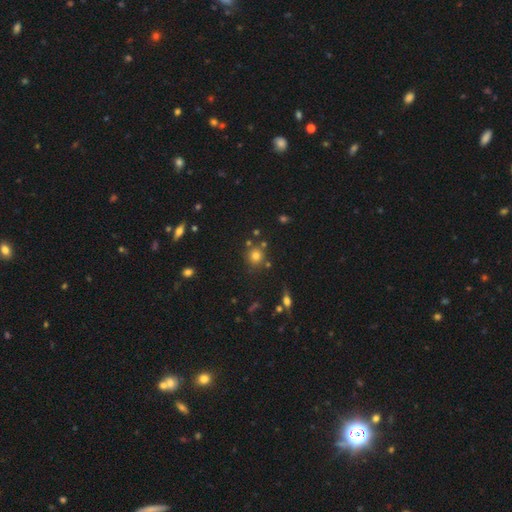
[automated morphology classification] A smooth galaxy with no disk features (75%) that is round (90%). Merging: none (75%).